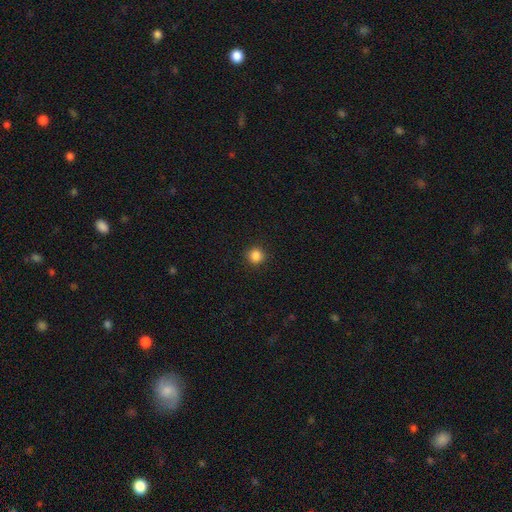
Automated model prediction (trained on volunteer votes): Morphology: type=smooth (85%); roundness=round (94%); merging=none (92%).